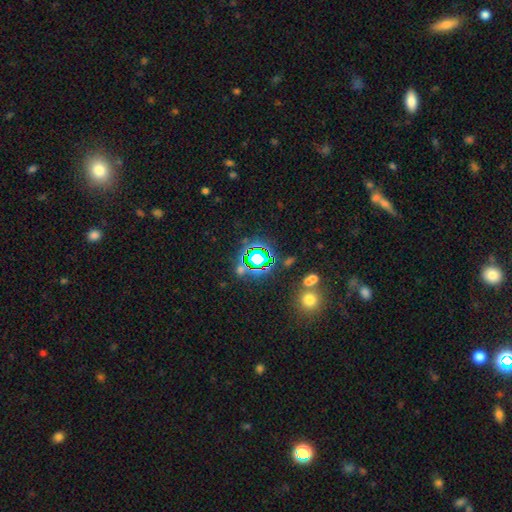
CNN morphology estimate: type=star or artifact (68%).